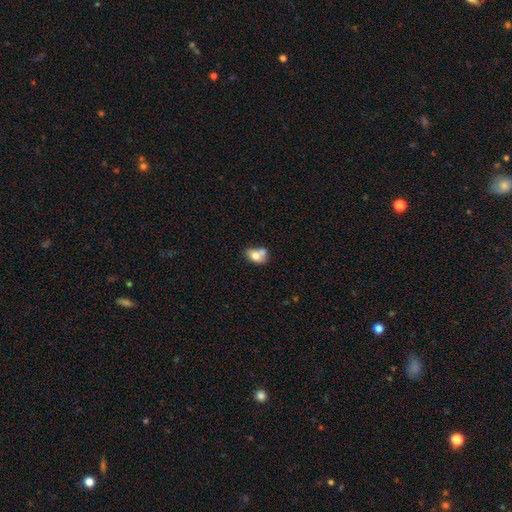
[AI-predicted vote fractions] Morphology: type=smooth (70%); roundness=in between (72%); merging=merger (46%).